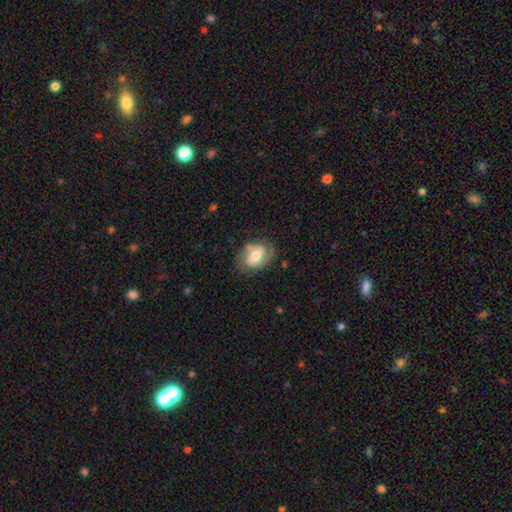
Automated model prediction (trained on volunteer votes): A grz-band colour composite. It shows a featured or disk galaxy (62%) with a weak bar (43%), spiral arms (83%) and a moderate central bulge (63%). Merging: none (71%).